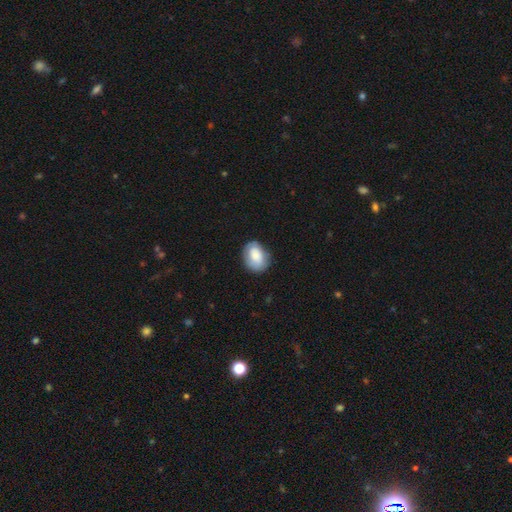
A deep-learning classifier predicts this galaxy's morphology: type=smooth (76%); roundness=in between (71%); merging=none (74%).